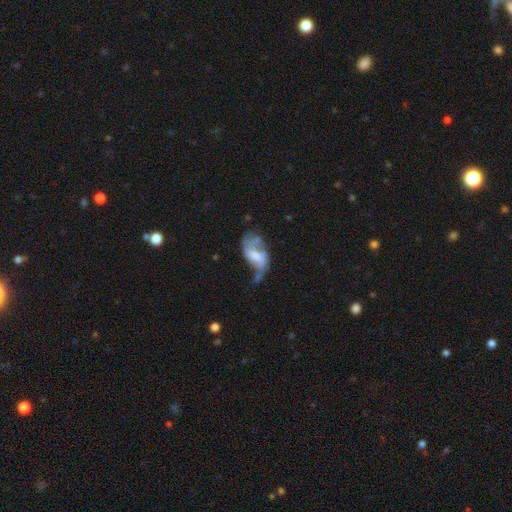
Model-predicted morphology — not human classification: Smooth or featured? Predicted: featured or disk (p=0.67). Edge-on disk? Predicted: no (p=0.96). Bar? Predicted: weak (p=0.47). Spiral arms? Predicted: yes (p=0.74). Bulge size? Predicted: moderate (p=0.48). Merging? Predicted: major disturbance (p=0.33).